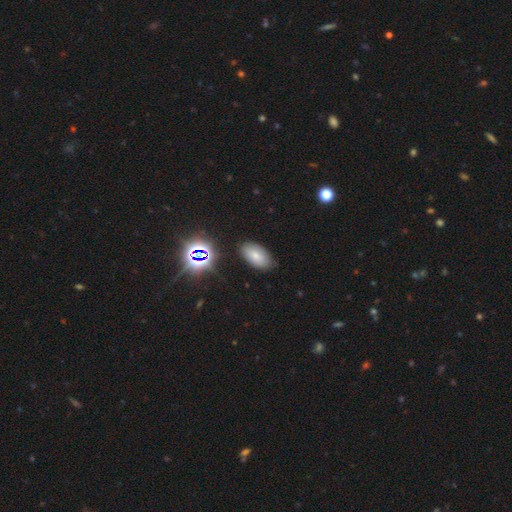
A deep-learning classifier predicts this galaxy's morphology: This appears to be a smooth galaxy with no disk features (71%) that is in between round and cigar-shaped (93%). Merging: none (80%).